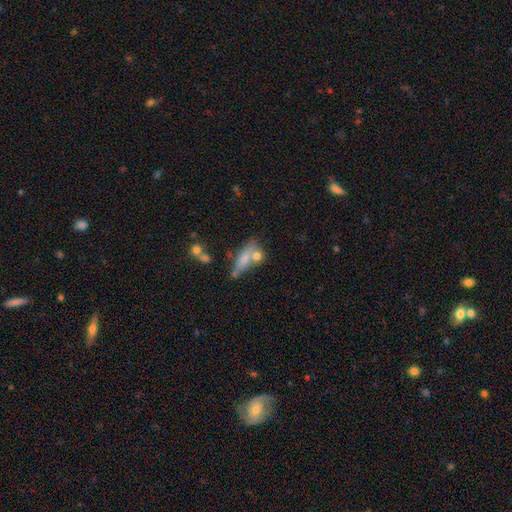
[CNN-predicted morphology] Smooth or featured: smooth — 66% (featured or disk — 24%)
How rounded: in between — 61% (cigar-shaped — 28%)
Merging: none — 38% (merger — 34%)